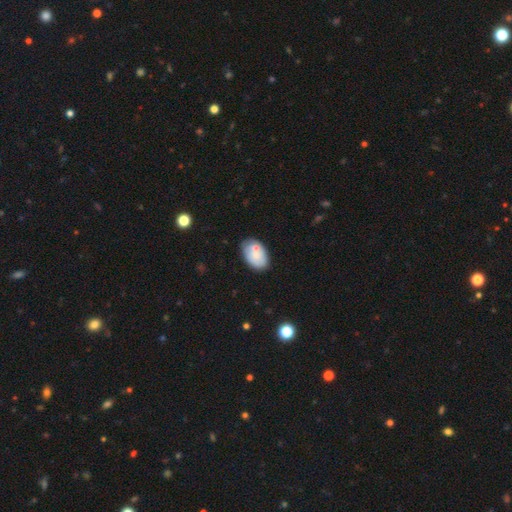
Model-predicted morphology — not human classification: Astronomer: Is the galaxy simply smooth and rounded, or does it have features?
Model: smooth — 64%.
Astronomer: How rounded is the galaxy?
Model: in between — 90%.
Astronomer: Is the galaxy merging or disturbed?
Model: none — 61%.